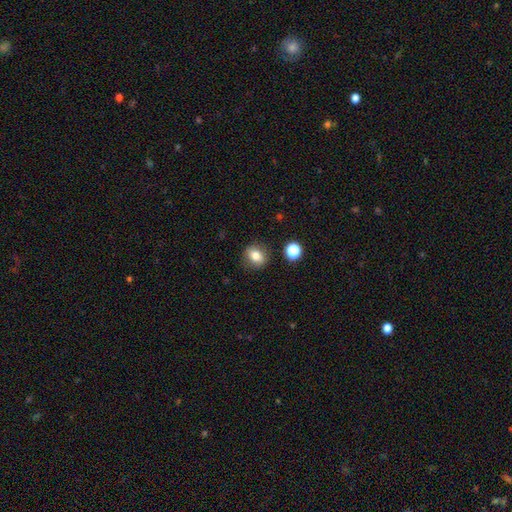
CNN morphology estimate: Q: Smooth or featured?
A: smooth (76%); runner-up: featured or disk (12%)
Q: How rounded?
A: round (64%); runner-up: in between (35%)
Q: Merging?
A: none (86%); runner-up: minor disturbance (9%)